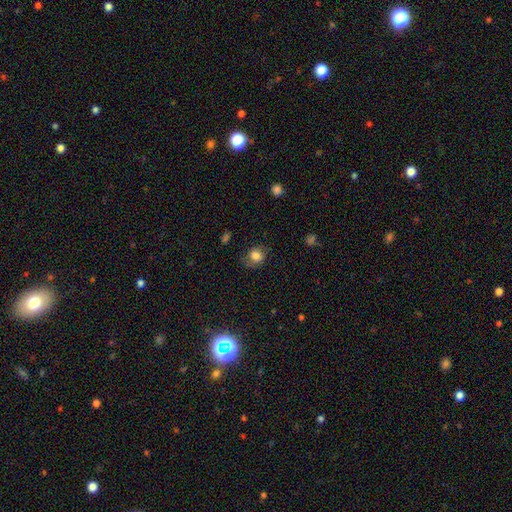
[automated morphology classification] Smooth or featured? smooth (77%)
How rounded? round (61%)
Merging? none (68%)